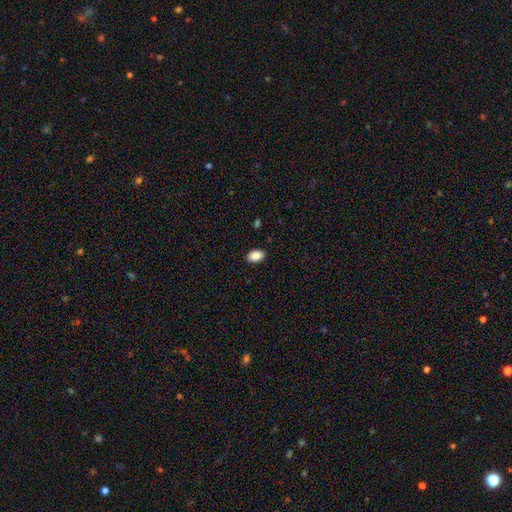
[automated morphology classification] smooth 89%, star or artifact 8%, featured or disk 3%. Down the decision tree: how rounded — in between (90%); merging — none (89%).